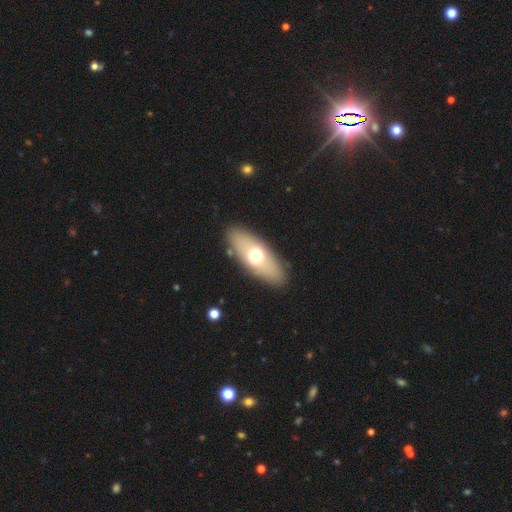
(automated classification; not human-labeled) smooth 61%, featured or disk 32%, star or artifact 7%. Down the decision tree: how rounded — in between (75%); merging — none (86%).